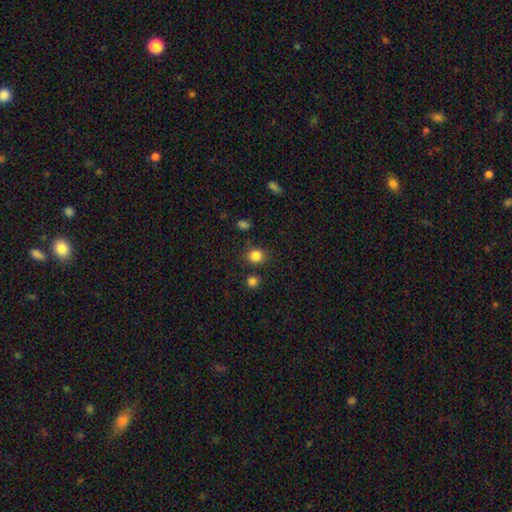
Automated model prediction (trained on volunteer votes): smooth_or_featured: smooth (p=0.84) [alt: star or artifact p=0.12]
how_rounded: round (p=0.79) [alt: in between p=0.20]
merging: none (p=0.83) [alt: minor disturbance p=0.09]